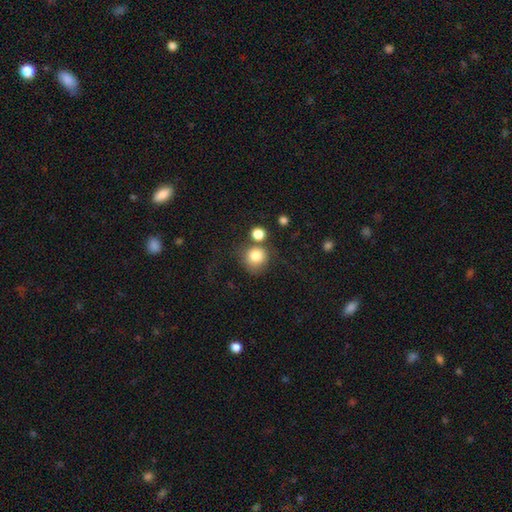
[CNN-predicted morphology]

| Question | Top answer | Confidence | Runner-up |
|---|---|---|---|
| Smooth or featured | smooth | 81% | star or artifact (11%) |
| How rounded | round | 88% | in between (11%) |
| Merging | none | 61% | merger (17%) |